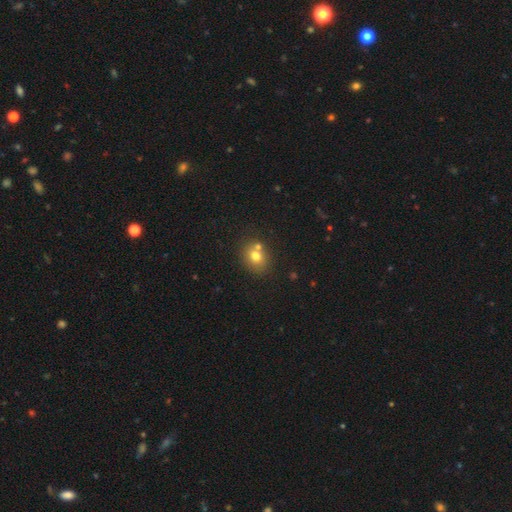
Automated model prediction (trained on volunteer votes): Smooth or featured?
  - smooth: 73% *
  - featured or disk: 14%
  - star or artifact: 13%
How rounded?
  - round: 68% *
  - in between: 31%
  - cigar-shaped: 1%
Merging?
  - none: 61% *
  - merger: 26%
  - minor disturbance: 10%
  - major disturbance: 3%